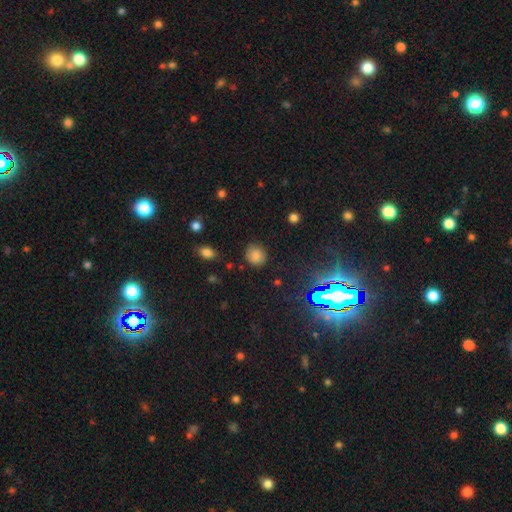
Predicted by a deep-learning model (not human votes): The model was most divided on "smooth or featured": smooth: 79%, star or artifact: 15%, featured or disk: 6%. More confident: how rounded — round (83%); merging — none (82%).